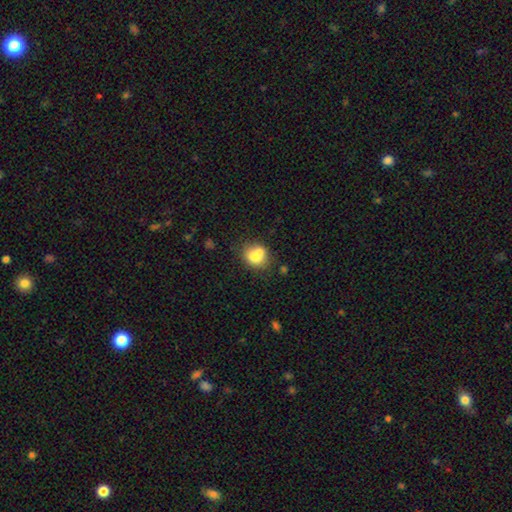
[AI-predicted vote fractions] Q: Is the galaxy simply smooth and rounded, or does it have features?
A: smooth — 70%.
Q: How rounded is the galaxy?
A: round — 68%.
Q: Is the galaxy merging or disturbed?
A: merger — 45%.